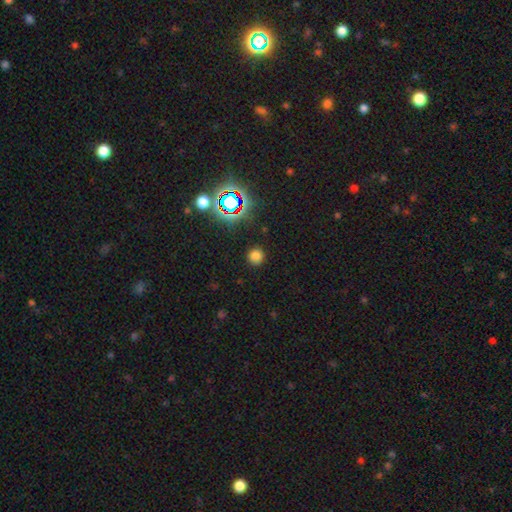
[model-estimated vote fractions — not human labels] A smooth galaxy with no disk features (74%) that is round (92%). Merging: none (89%).